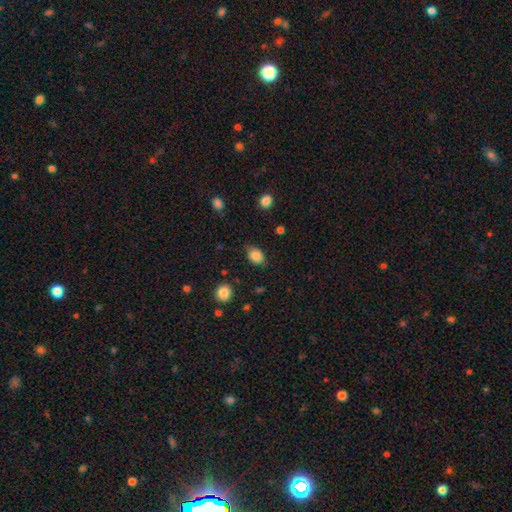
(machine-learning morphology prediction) The model was most divided on "how rounded": in between: 64%, round: 35%, cigar-shaped: 1%. More confident: smooth or featured — smooth (85%); merging — none (74%).